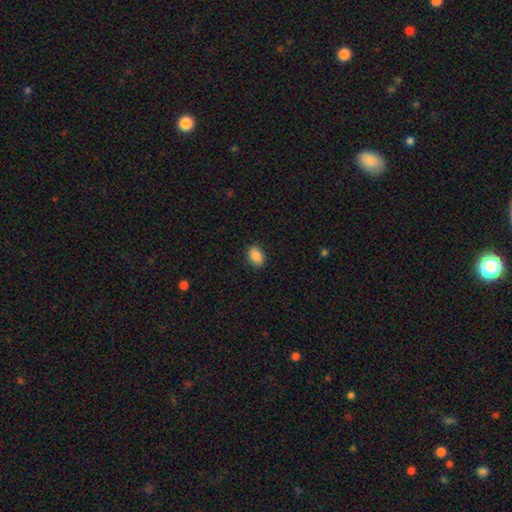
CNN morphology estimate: Smooth or featured? Predicted: smooth (p=0.88). How rounded? Predicted: in between (p=0.79). Merging? Predicted: none (p=0.88).